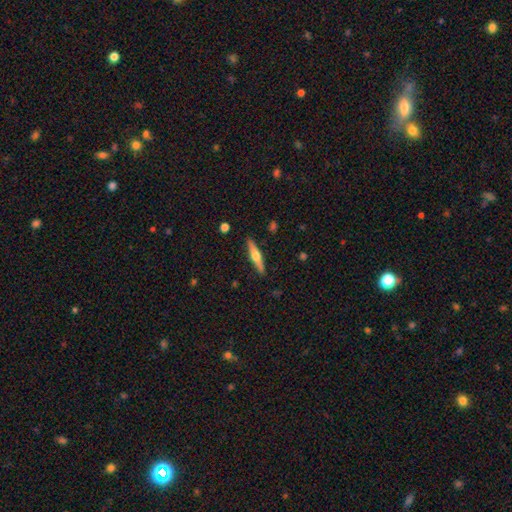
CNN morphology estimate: smooth-or-featured: featured or disk: 60% | smooth: 35% | star or artifact: 6%
  disk-edge-on: yes: 96% | no: 4%
    edge-on-bulge: rounded: 93% | boxy: 4% | none: 3%
  merging: none: 90% | minor disturbance: 7% | major disturbance: 2% | merger: 1%